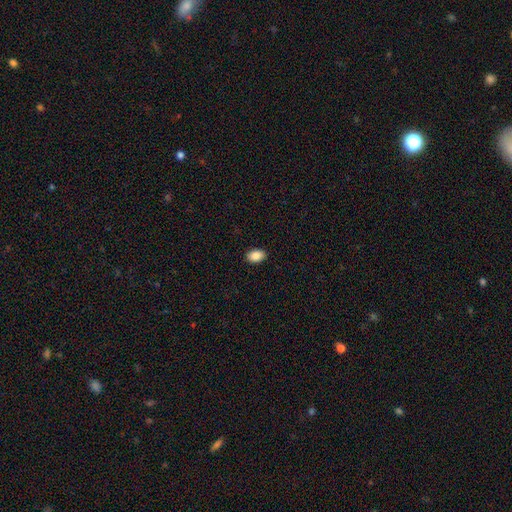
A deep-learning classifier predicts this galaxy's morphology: smooth_or_featured: smooth (p=0.87) [alt: star or artifact p=0.08]
how_rounded: in between (p=0.84) [alt: round p=0.14]
merging: none (p=0.90) [alt: minor disturbance p=0.07]